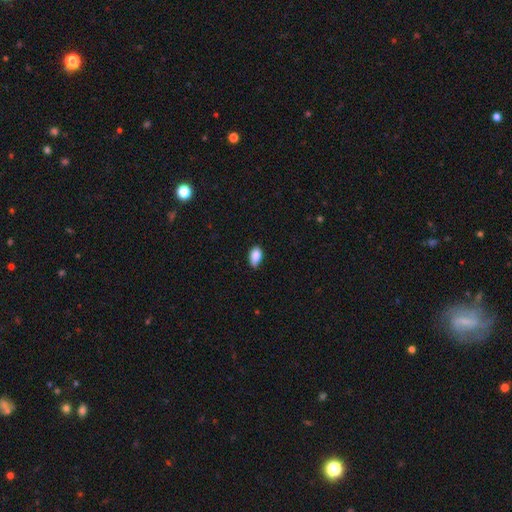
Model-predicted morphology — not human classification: smooth_or_featured: smooth (p=0.88) [alt: star or artifact p=0.07]
how_rounded: in between (p=0.92) [alt: round p=0.05]
merging: none (p=0.69) [alt: minor disturbance p=0.27]